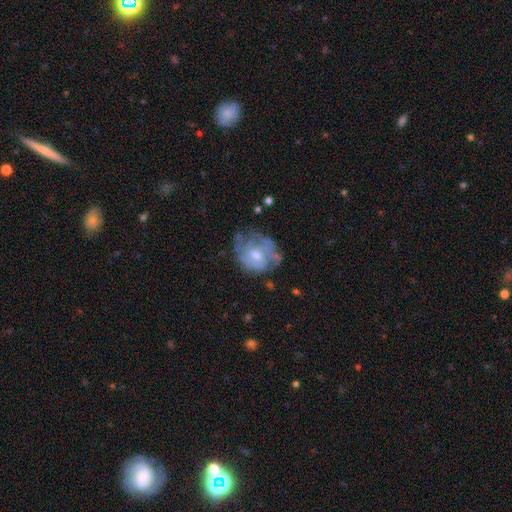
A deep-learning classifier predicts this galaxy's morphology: A featured or disk galaxy (70%) with no bar (70%), spiral arms (70%) and a moderate central bulge (55%).

Vote fractions:
- Smooth or featured? featured or disk: 70% / smooth: 22% / star or artifact: 8%
- Edge-on disk? no: 97% / yes: 3%
- Bar? no: 70% / weak: 26% / strong: 4%
- Spiral arms? yes: 70% / no: 30%
- Bulge size? moderate: 55% / small: 37% / large: 4% / none: 3% / dominant: 1%
- Merging? none: 58% / minor disturbance: 24% / major disturbance: 15% / merger: 2%